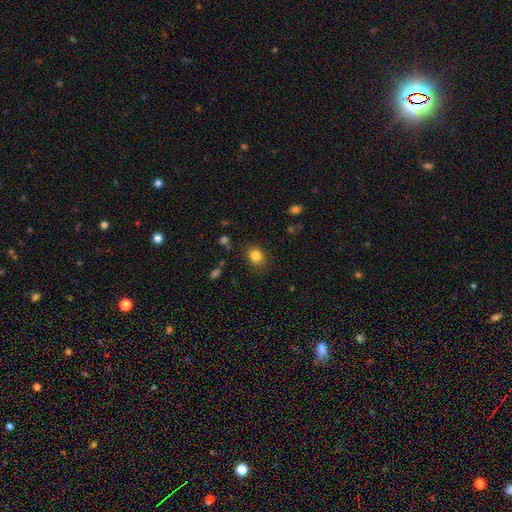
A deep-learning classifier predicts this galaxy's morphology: This appears to be a smooth galaxy with no disk features (83%) that is round (57%). Merging: none (83%).